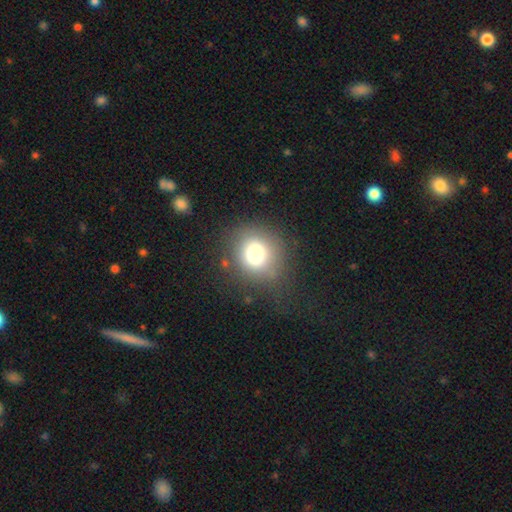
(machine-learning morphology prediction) Smooth or featured: smooth — 76% (star or artifact — 14%)
How rounded: round — 83% (in between — 16%)
Merging: none — 77% (minor disturbance — 13%)